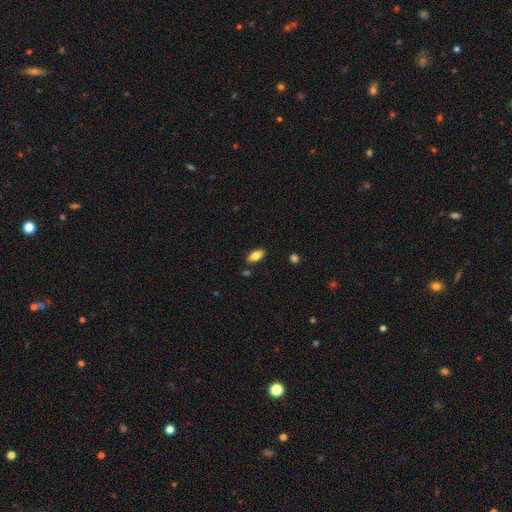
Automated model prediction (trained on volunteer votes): Smooth or featured: smooth — 78% (featured or disk — 15%)
How rounded: in between — 89% (cigar-shaped — 8%)
Merging: none — 86% (minor disturbance — 10%)